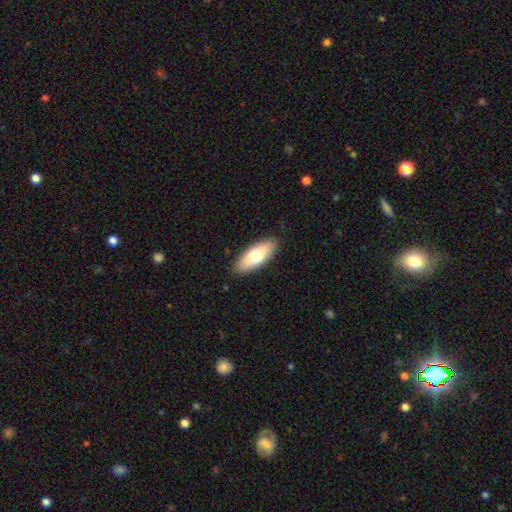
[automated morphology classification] A smooth galaxy with no disk features (73%) that is in between round and cigar-shaped (75%).

Vote fractions:
- Smooth or featured? smooth: 73% / featured or disk: 22% / star or artifact: 6%
- How rounded? in between: 75% / cigar-shaped: 23% / round: 2%
- Merging? none: 89% / minor disturbance: 8% / major disturbance: 2% / merger: 1%